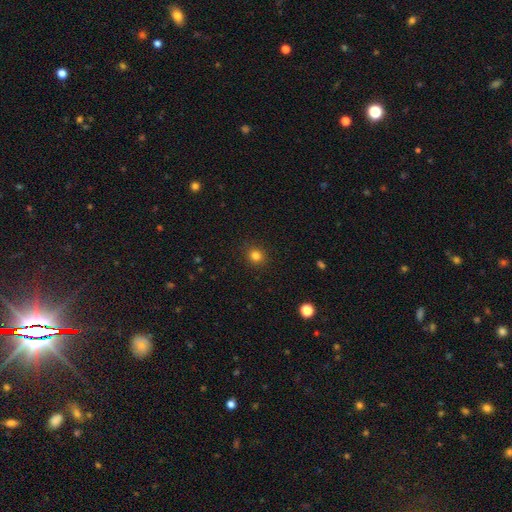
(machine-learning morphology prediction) This is clearly a smooth galaxy (82%). How rounded: clearly round (87%). Merging: clearly none (91%).